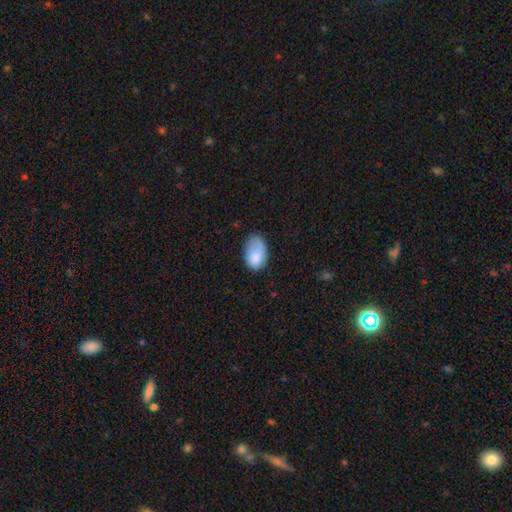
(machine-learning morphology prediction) Overall: smooth (82%). How rounded: in between (90%). Merging: none (47%; minor disturbance 35%).